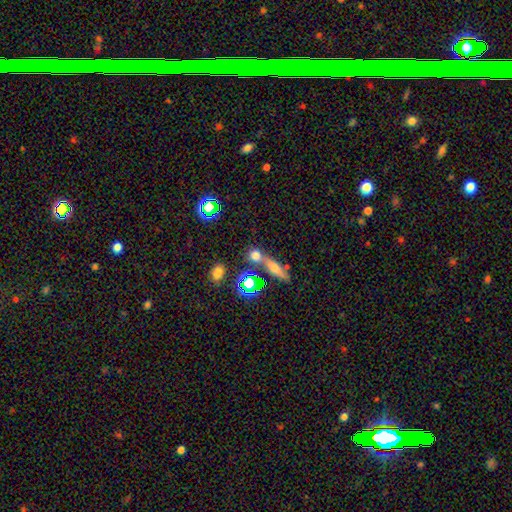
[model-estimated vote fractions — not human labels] Smooth or featured? Predicted: smooth (p=0.59). How rounded? Predicted: round (p=0.61). Merging? Predicted: none (p=0.53).